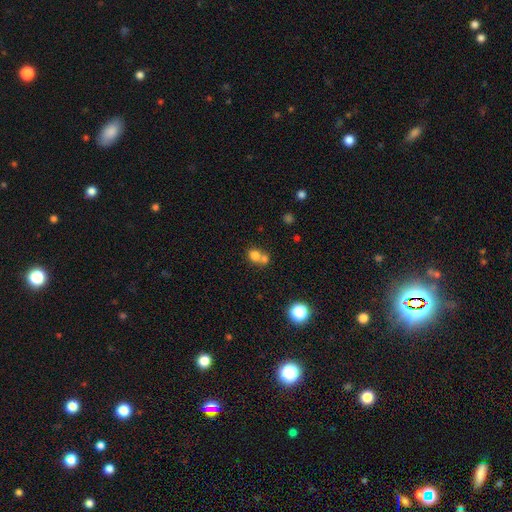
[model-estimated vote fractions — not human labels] Smooth or featured? Predicted: smooth (p=0.75). How rounded? Predicted: round (p=0.73). Merging? Predicted: merger (p=0.56).